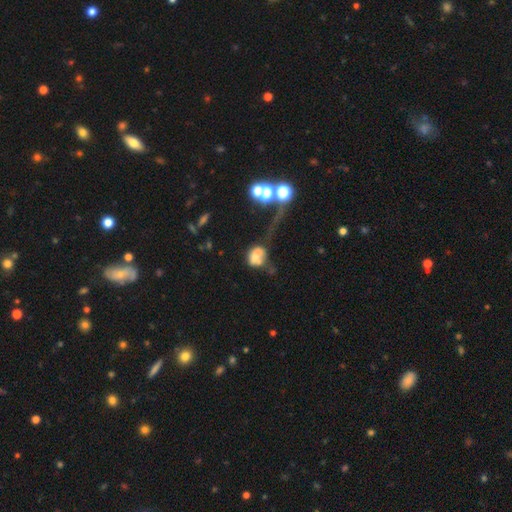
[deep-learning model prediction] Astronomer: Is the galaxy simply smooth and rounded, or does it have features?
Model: smooth — 61%.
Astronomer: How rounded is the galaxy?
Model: in between — 61% (runner-up: round, 37%).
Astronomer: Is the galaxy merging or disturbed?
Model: major disturbance — 30% (runner-up: merger, 29%).